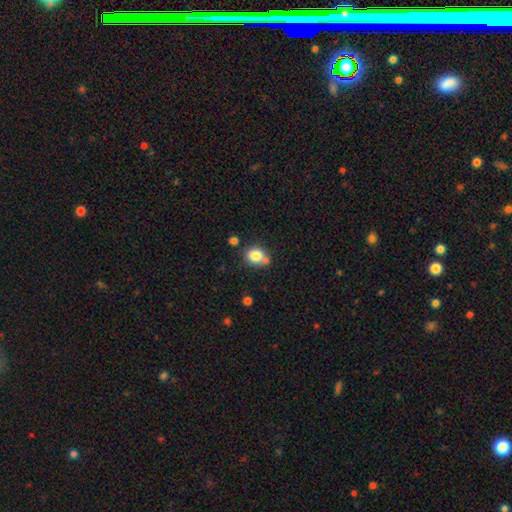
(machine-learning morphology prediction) smooth_or_featured: smooth (p=0.81) [alt: star or artifact p=0.10]
how_rounded: round (p=0.65) [alt: in between p=0.35]
merging: none (p=0.59) [alt: merger p=0.19]